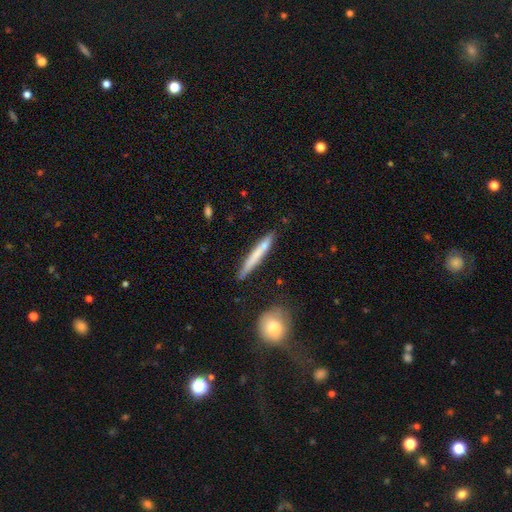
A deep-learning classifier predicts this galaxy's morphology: This is likely a smooth galaxy (64%). How rounded: clearly cigar-shaped (96%). Merging: clearly none (81%).